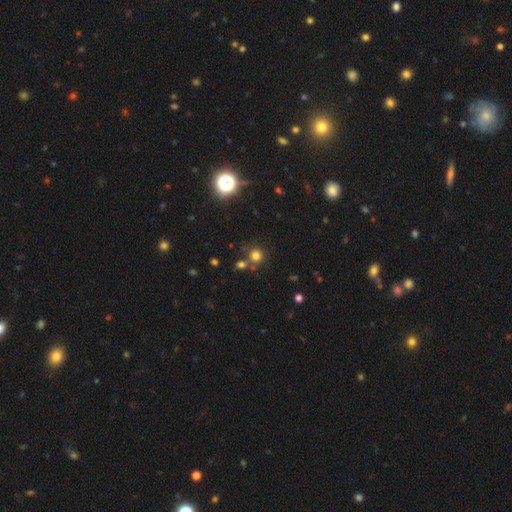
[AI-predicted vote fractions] smooth_or_featured: smooth (p=0.73) [alt: star or artifact p=0.20]
how_rounded: round (p=0.91) [alt: in between p=0.08]
merging: none (p=0.71) [alt: merger p=0.17]